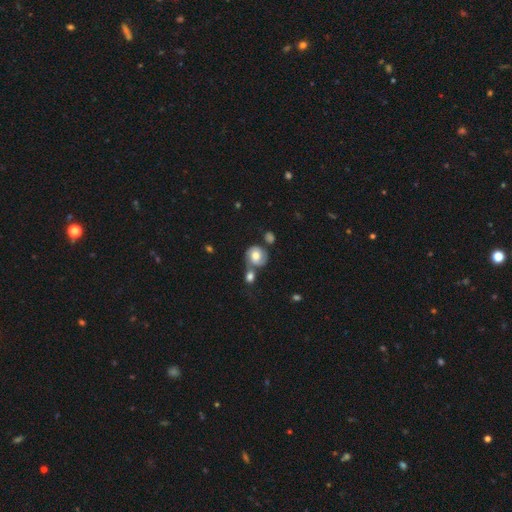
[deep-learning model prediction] A featured or disk galaxy (47%).

Vote fractions:
- Smooth or featured? featured or disk: 47% / smooth: 45% / star or artifact: 8%
- Merging? none: 47% / merger: 30% / minor disturbance: 16% / major disturbance: 8%